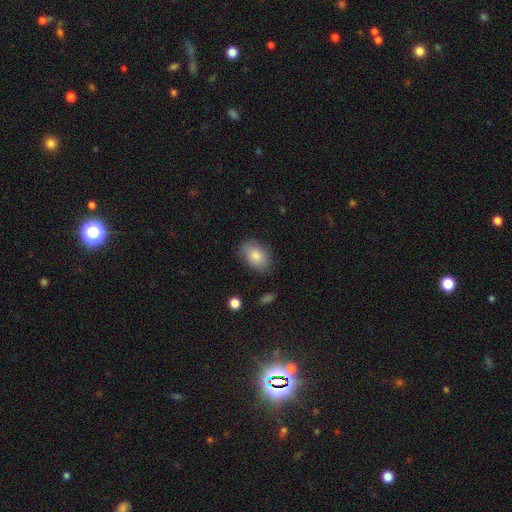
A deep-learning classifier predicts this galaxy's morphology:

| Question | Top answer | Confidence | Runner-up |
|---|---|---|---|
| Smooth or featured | smooth | 83% | featured or disk (10%) |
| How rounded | in between | 85% | round (13%) |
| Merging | none | 80% | minor disturbance (15%) |